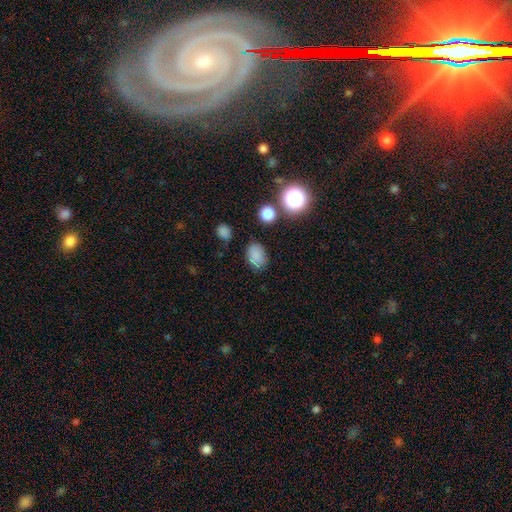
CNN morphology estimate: A smooth galaxy with no disk features (80%) that is in between round and cigar-shaped (74%). Merging: none (78%).